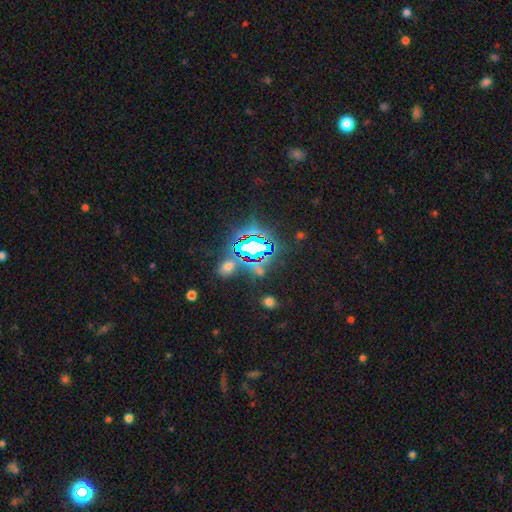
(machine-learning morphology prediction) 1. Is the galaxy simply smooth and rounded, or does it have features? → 77% star or artifact, 15% smooth, 8% featured or disk.